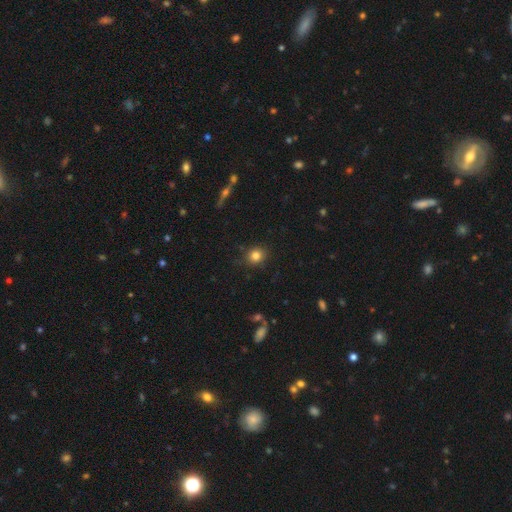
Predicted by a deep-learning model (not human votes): Q: Smooth or featured?
A: smooth (82%); runner-up: star or artifact (11%)
Q: How rounded?
A: round (82%); runner-up: in between (17%)
Q: Merging?
A: none (86%); runner-up: minor disturbance (10%)